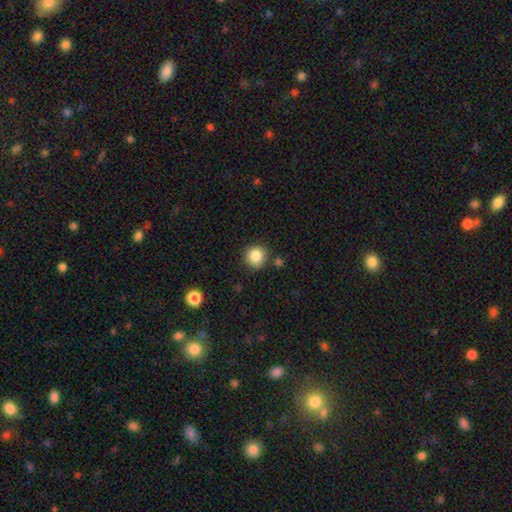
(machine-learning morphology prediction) This appears to be a smooth galaxy with no disk features (85%) that is round (92%). Merging: none (83%).